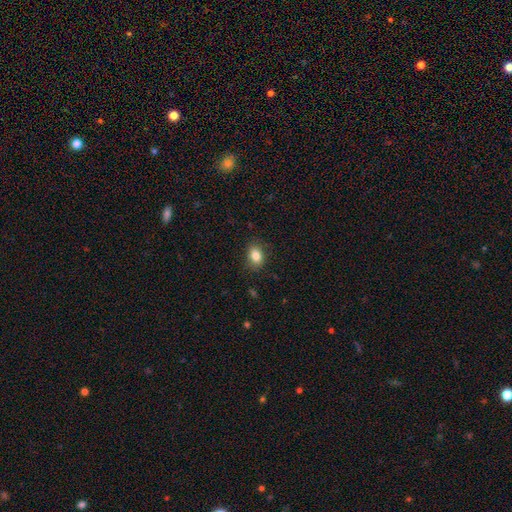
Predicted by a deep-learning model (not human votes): smooth_or_featured: smooth (p=0.84) [alt: star or artifact p=0.09]
how_rounded: in between (p=0.72) [alt: round p=0.27]
merging: none (p=0.83) [alt: minor disturbance p=0.13]